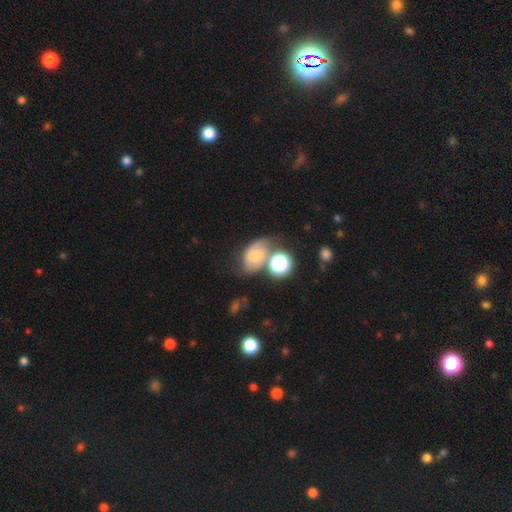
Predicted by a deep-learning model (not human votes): The model was most divided on "smooth or featured": featured or disk: 52%, smooth: 34%, star or artifact: 14%. Remaining: edge-on disk — no (96%); merging — none (43%).